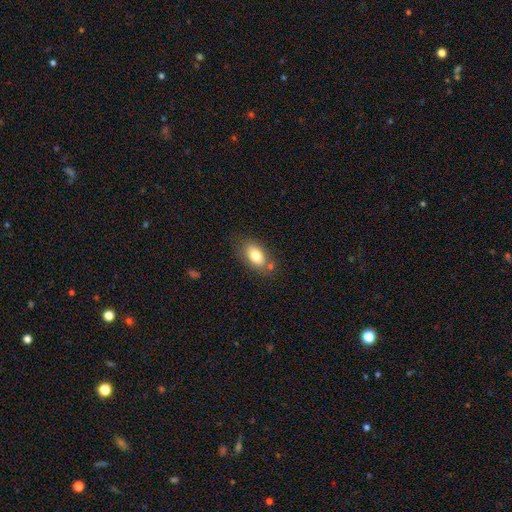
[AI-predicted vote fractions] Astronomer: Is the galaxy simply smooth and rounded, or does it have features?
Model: smooth — 78%.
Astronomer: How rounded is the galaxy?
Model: in between — 88%.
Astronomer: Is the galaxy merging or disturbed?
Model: none — 71%.